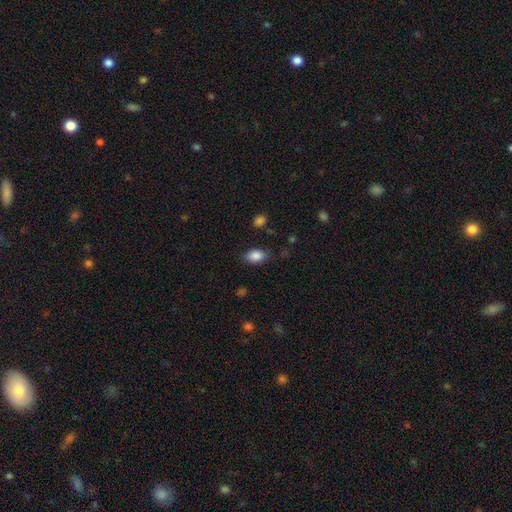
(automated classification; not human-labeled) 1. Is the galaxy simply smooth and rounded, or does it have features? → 86% smooth, 8% star or artifact, 5% featured or disk.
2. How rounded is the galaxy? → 83% in between, 15% round, 1% cigar-shaped.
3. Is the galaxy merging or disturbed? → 81% none, 13% minor disturbance, 4% major disturbance, 2% merger.